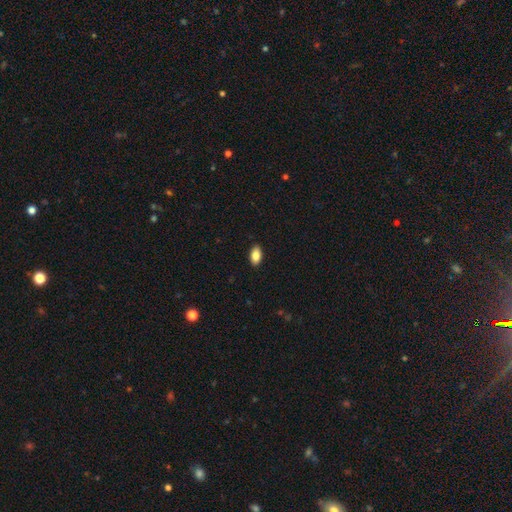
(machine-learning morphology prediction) Smooth or featured? Predicted: smooth (p=0.85). How rounded? Predicted: in between (p=0.92). Merging? Predicted: none (p=0.89).